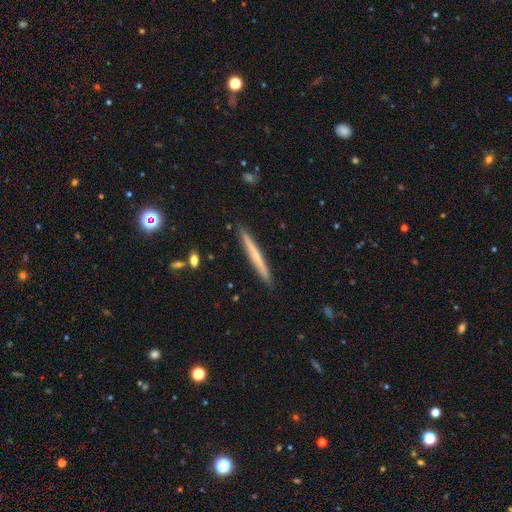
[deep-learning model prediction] Smooth or featured? smooth (49%)
Merging? none (91%)